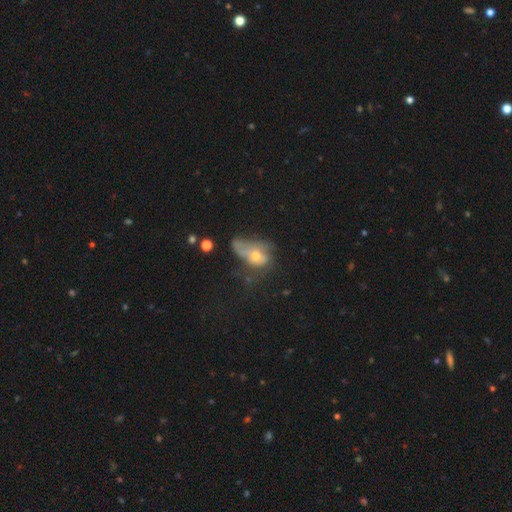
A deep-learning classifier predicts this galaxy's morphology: Q: Smooth or featured?
A: smooth (46%); runner-up: featured or disk (40%)
Q: Merging?
A: major disturbance (51%); runner-up: minor disturbance (21%)